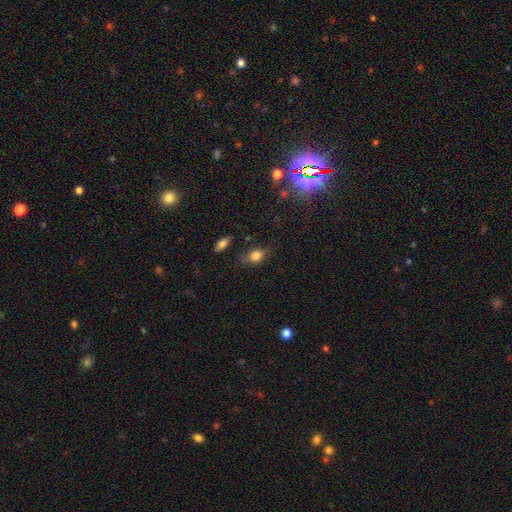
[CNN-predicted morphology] This appears to be a smooth galaxy with no disk features (78%) that is in between round and cigar-shaped (71%). Merging: none (70%).